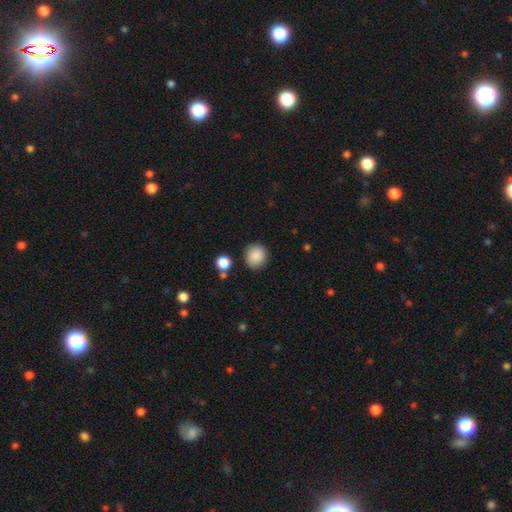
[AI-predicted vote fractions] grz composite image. It shows a smooth galaxy with no disk features (88%) that is round (89%). Merging: none (86%).